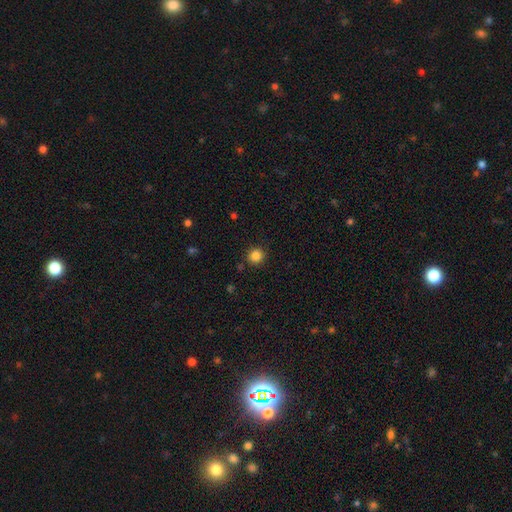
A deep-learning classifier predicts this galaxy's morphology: This is clearly a smooth galaxy (84%). How rounded: clearly round (94%). Merging: clearly none (90%).